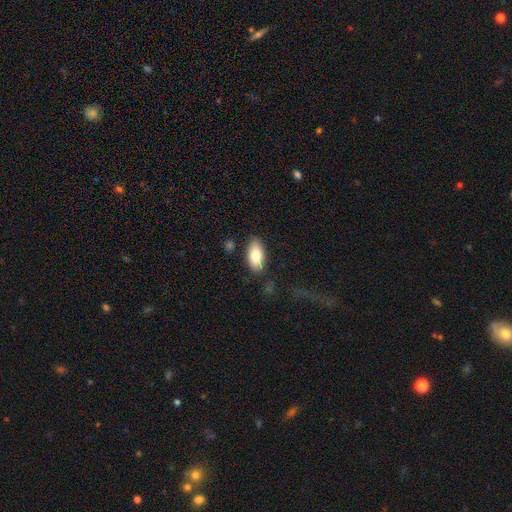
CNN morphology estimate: Smooth or featured?
  - smooth: 80% *
  - featured or disk: 13%
  - star or artifact: 6%
How rounded?
  - in between: 92% *
  - cigar-shaped: 5%
  - round: 3%
Merging?
  - none: 83% *
  - minor disturbance: 12%
  - major disturbance: 3%
  - merger: 3%